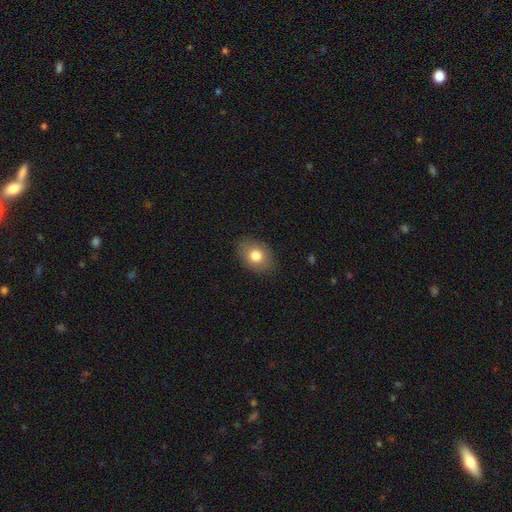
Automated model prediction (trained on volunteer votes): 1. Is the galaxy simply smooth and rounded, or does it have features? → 78% smooth, 12% featured or disk, 9% star or artifact.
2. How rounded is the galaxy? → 68% in between, 31% round, 1% cigar-shaped.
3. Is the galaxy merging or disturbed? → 85% none, 11% minor disturbance, 3% major disturbance, 1% merger.